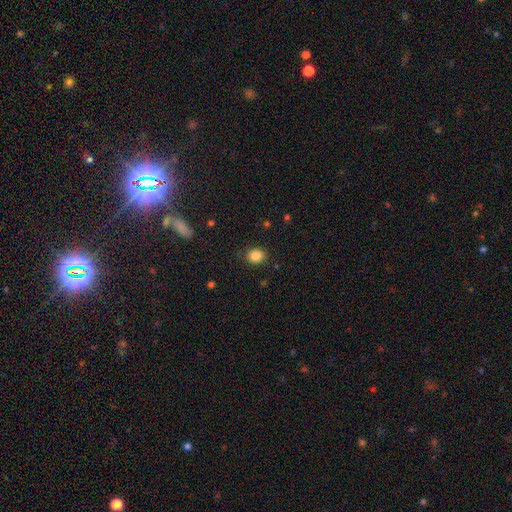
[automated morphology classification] Smooth or featured? smooth (85%)
How rounded? round (70%)
Merging? none (87%)